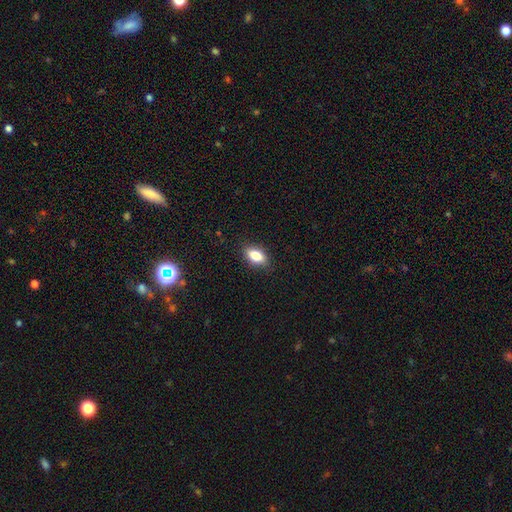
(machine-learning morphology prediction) Overall: smooth (80%). How rounded: in between (86%). Merging: none (86%).